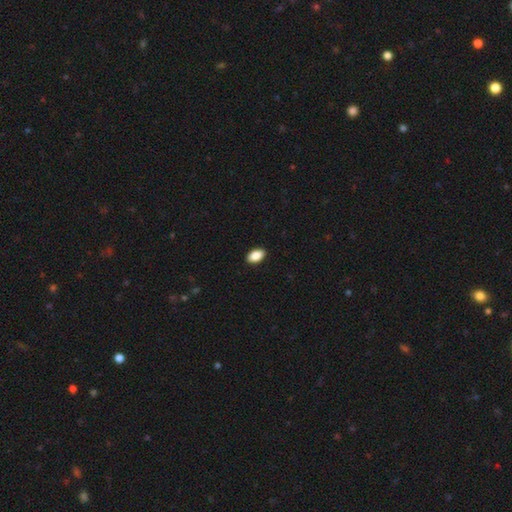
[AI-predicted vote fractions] This is clearly a smooth galaxy (88%). How rounded: clearly in between (93%). Merging: clearly none (91%).